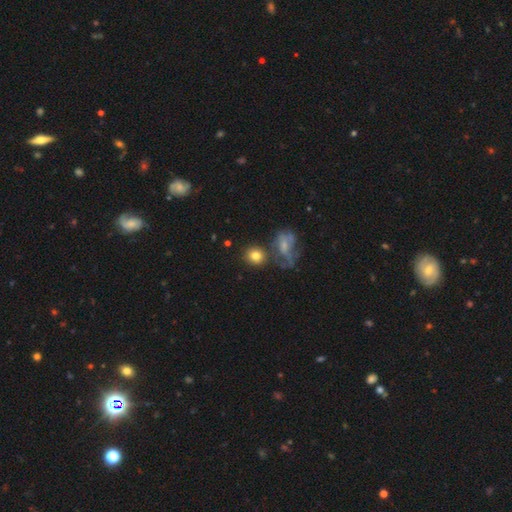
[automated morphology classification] Overall: smooth (76%). How rounded: round (76%). Merging: none (62%).